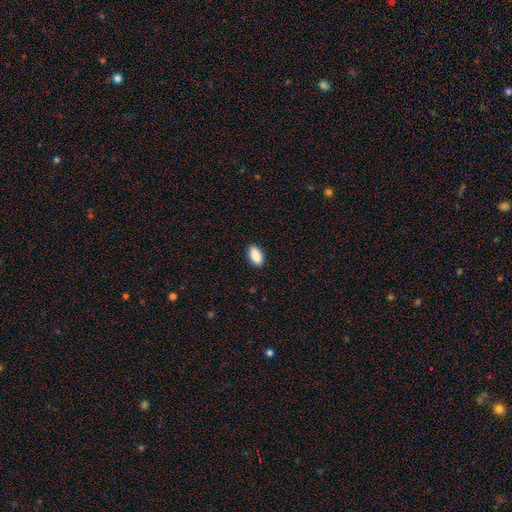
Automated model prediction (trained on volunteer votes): This appears to be a smooth galaxy with no disk features (90%) that is in between round and cigar-shaped (93%). Merging: none (90%).